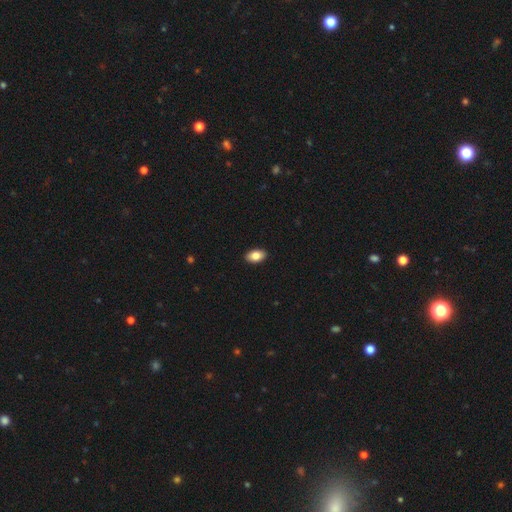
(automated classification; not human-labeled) The model was most divided on "smooth or featured": smooth: 85%, featured or disk: 8%, star or artifact: 7%. More confident: how rounded — in between (92%); merging — none (91%).